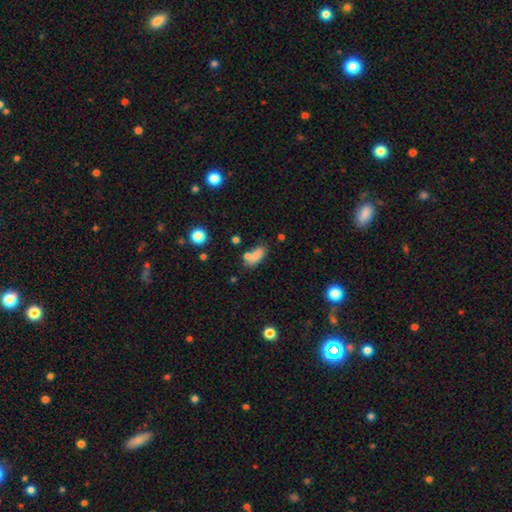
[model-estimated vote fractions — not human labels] Smooth or featured? smooth (74%)
How rounded? in between (81%)
Merging? none (51%)